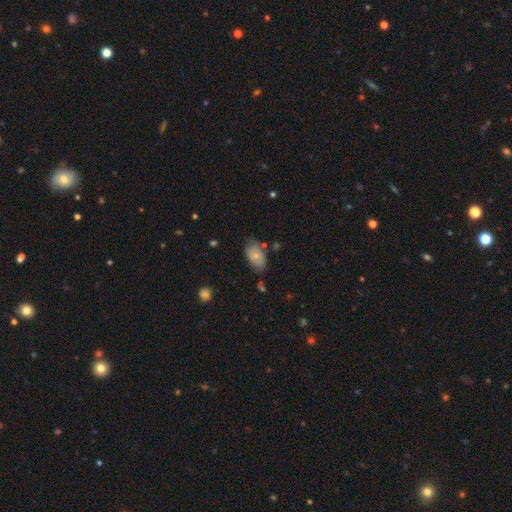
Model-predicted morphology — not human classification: This appears to be a smooth galaxy with no disk features (68%) that is in between round and cigar-shaped (92%). Merging: none (61%).